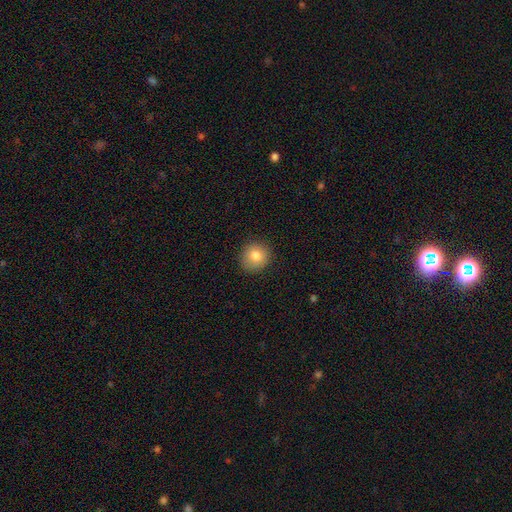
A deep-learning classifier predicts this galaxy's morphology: Smooth or featured: smooth — 82% (star or artifact — 9%)
How rounded: round — 89% (in between — 10%)
Merging: none — 88% (minor disturbance — 8%)